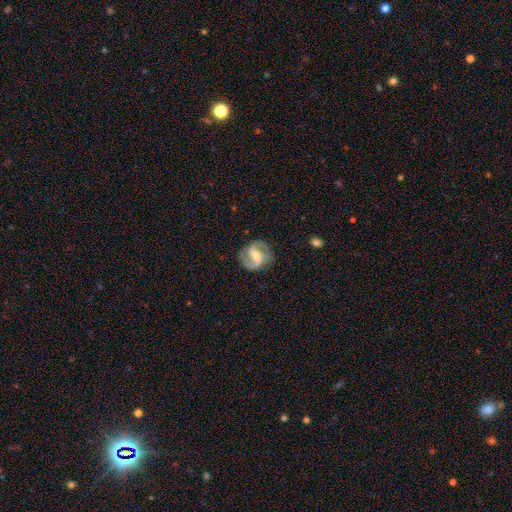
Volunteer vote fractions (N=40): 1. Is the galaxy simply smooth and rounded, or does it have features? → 88% featured or disk, 12% smooth, 0% star or artifact.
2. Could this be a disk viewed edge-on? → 100% no, 0% yes.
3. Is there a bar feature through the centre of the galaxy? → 49% strong, 29% no, 23% weak.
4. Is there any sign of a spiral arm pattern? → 94% yes, 6% no.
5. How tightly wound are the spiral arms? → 45% loose, 36% medium, 18% tight.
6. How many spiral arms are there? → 82% 2, 15% 3, 3% can't tell, 0% 1, 0% 4, 0% more than 4.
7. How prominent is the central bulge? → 66% moderate, 31% small, 3% none, 0% dominant, 0% large.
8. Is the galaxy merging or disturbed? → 82% none, 12% minor disturbance, 5% major disturbance, 0% merger.